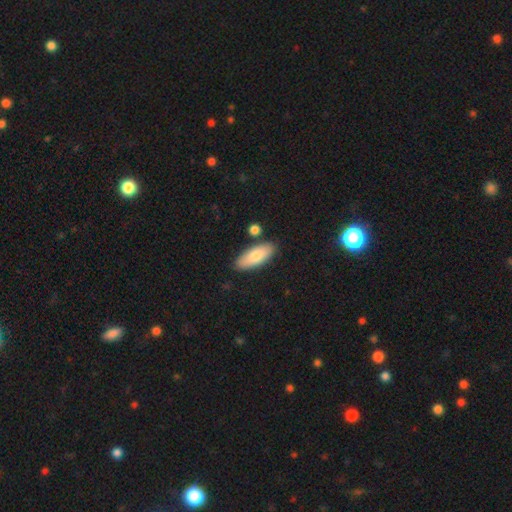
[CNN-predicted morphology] A smooth galaxy with no disk features (79%) that is in between round and cigar-shaped (74%).

Vote fractions:
- Smooth or featured? smooth: 79% / featured or disk: 15% / star or artifact: 6%
- How rounded? in between: 74% / cigar-shaped: 24% / round: 2%
- Merging? none: 83% / minor disturbance: 10% / merger: 5% / major disturbance: 2%